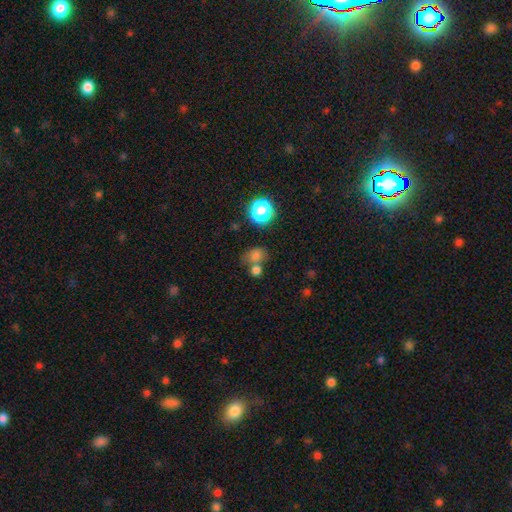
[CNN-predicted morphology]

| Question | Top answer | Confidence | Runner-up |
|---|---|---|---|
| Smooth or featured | smooth | 71% | star or artifact (20%) |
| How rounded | round | 54% | in between (45%) |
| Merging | none | 46% | merger (35%) |